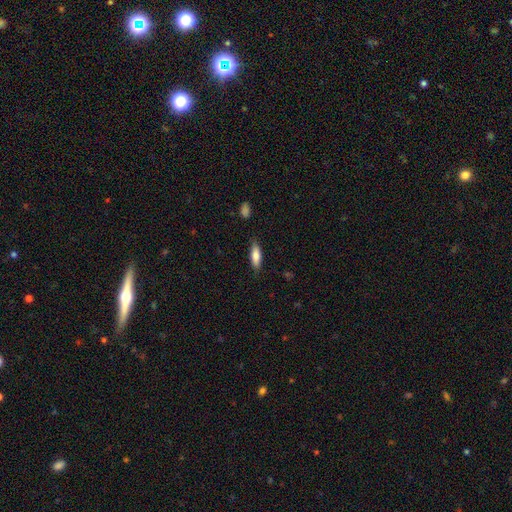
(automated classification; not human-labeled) Smooth or featured? Predicted: smooth (p=0.78). How rounded? Predicted: in between (p=0.55). Merging? Predicted: none (p=0.84).